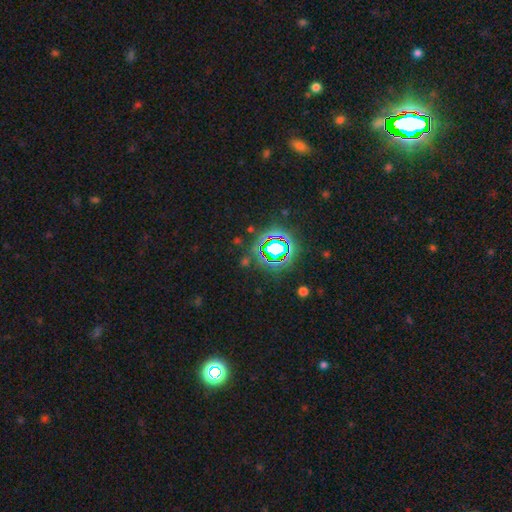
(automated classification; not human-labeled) A star or artifact, not a galaxy (82%).